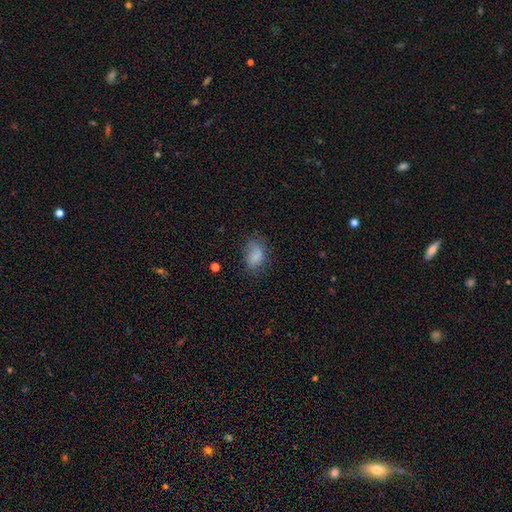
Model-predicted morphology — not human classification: This appears to be a smooth galaxy with no disk features (76%) that is in between round and cigar-shaped (82%). Merging: none (50%).